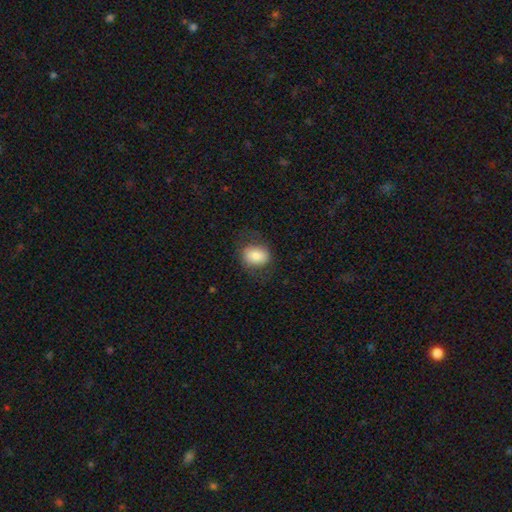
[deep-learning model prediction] This is likely a smooth galaxy (77%). How rounded: possibly in between (52%). Merging: likely none (73%).